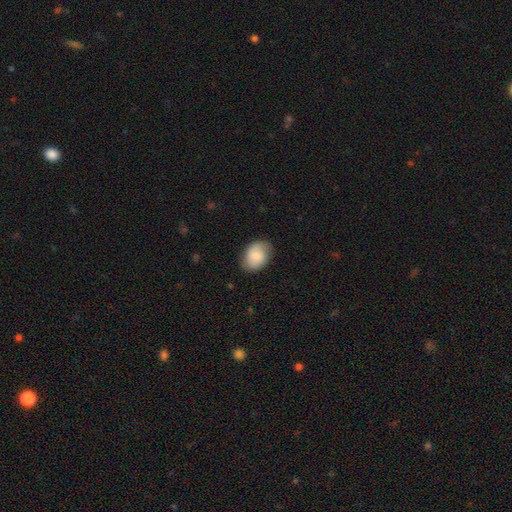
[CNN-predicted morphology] Smooth or featured: smooth — 77% (featured or disk — 16%)
How rounded: in between — 74% (round — 25%)
Merging: none — 78% (minor disturbance — 17%)